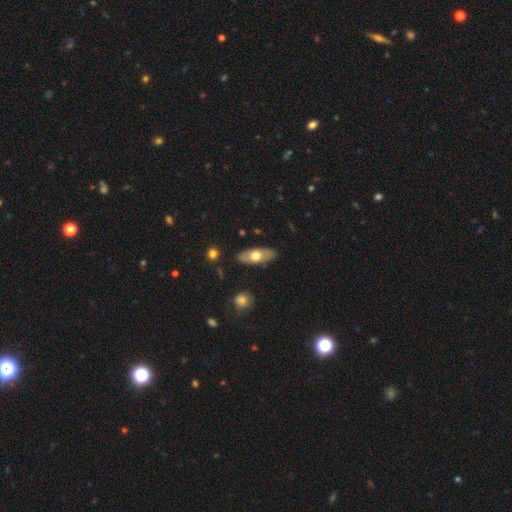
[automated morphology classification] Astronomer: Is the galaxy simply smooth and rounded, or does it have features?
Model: smooth — 59% (runner-up: featured or disk, 35%).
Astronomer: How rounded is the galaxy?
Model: in between — 78%.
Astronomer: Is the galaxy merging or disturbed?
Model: none — 86%.